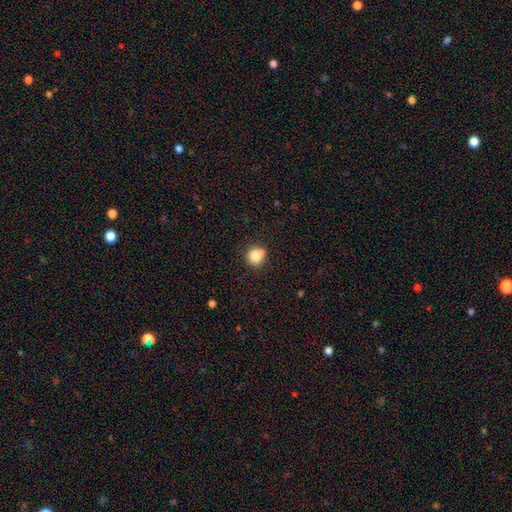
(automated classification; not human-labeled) Overall: smooth (83%). How rounded: round (89%). Merging: none (67%).